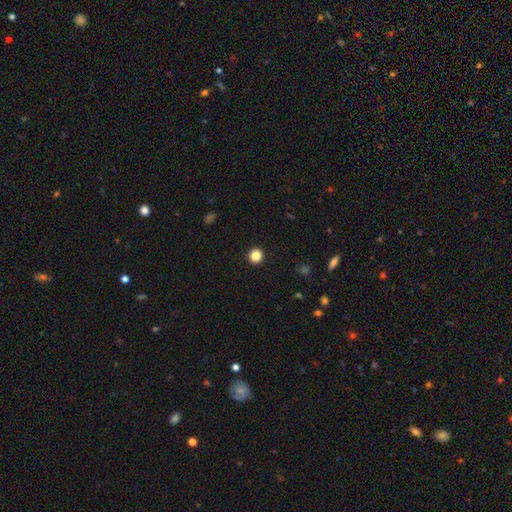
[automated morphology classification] Overall: smooth (85%). How rounded: round (94%). Merging: none (94%).